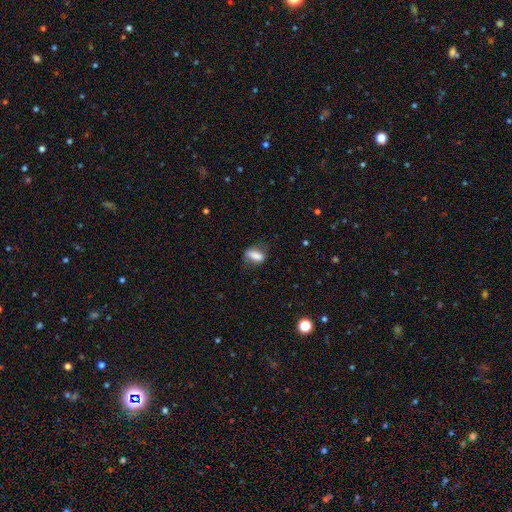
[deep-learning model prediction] smooth-or-featured: smooth: 79% | featured or disk: 13% | star or artifact: 8%
  how-rounded: in between: 73% | cigar-shaped: 21% | round: 6%
  merging: none: 66% | minor disturbance: 23% | major disturbance: 9% | merger: 2%